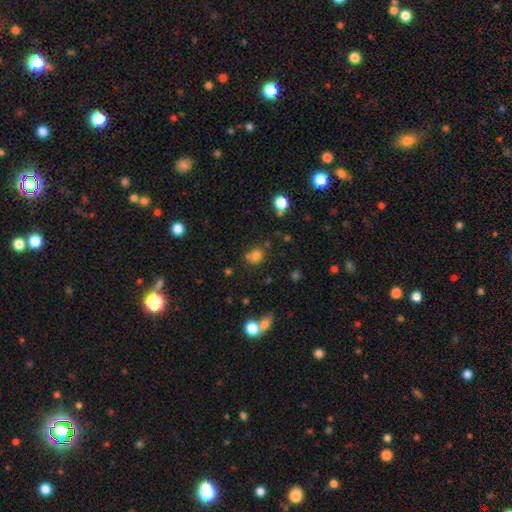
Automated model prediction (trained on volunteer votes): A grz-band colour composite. It shows a smooth galaxy with no disk features (73%) that is round (65%). Merging: none (55%).